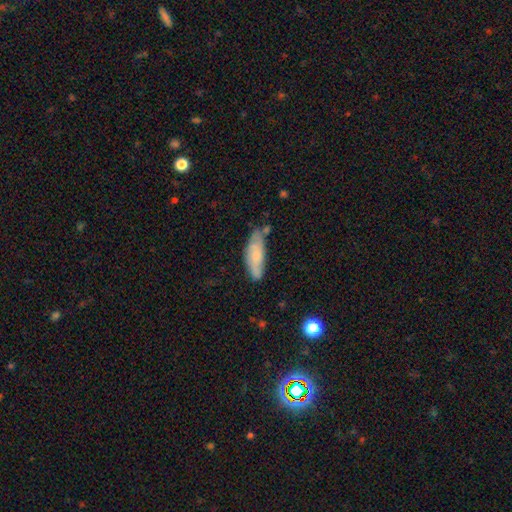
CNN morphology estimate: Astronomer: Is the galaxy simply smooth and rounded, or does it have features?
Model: smooth — 66%.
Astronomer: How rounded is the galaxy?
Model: in between — 52% (runner-up: cigar-shaped, 46%).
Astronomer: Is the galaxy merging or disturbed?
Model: none — 57%.